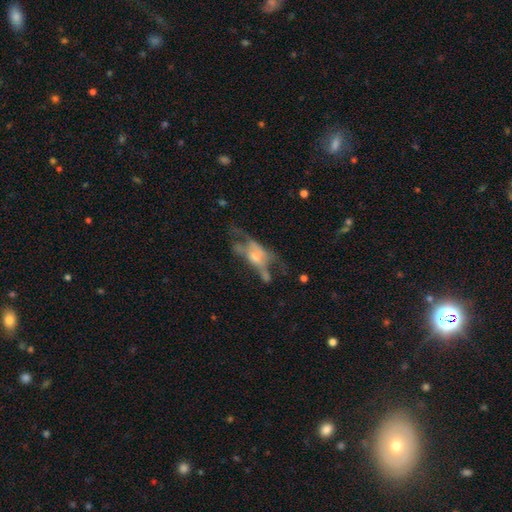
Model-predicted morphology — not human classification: A featured or disk galaxy (60%).

Vote fractions:
- Smooth or featured? featured or disk: 60% / smooth: 30% / star or artifact: 10%
- Edge-on disk? no: 80% / yes: 20%
- Merging? major disturbance: 45% / none: 25% / minor disturbance: 18% / merger: 12%